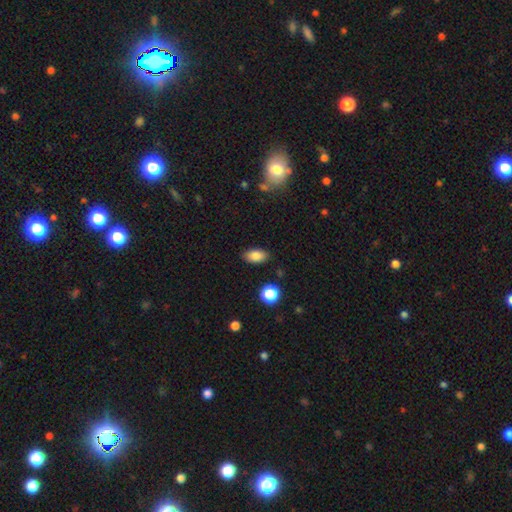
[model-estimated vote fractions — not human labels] Smooth or featured: smooth — 84% (star or artifact — 9%)
How rounded: in between — 90% (round — 7%)
Merging: none — 86% (minor disturbance — 10%)